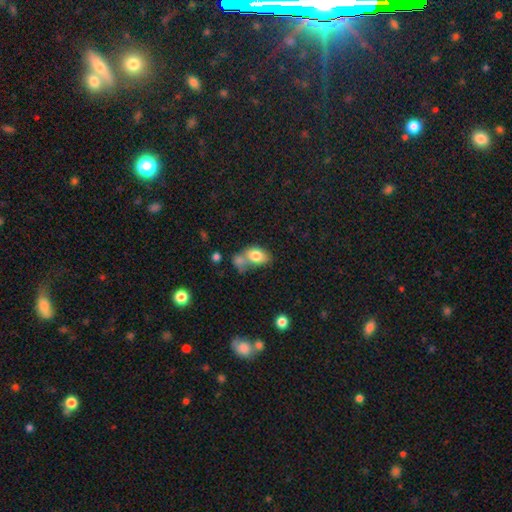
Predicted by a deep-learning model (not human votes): Smooth or featured?
  - smooth: 78% *
  - featured or disk: 13%
  - star or artifact: 8%
How rounded?
  - in between: 80% *
  - round: 19%
  - cigar-shaped: 2%
Merging?
  - merger: 44% *
  - none: 33%
  - minor disturbance: 15%
  - major disturbance: 8%